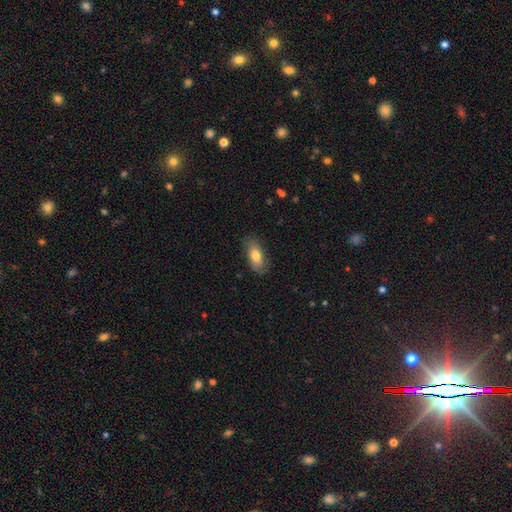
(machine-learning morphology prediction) This is likely a smooth galaxy (73%). How rounded: clearly in between (86%). Merging: likely none (80%).